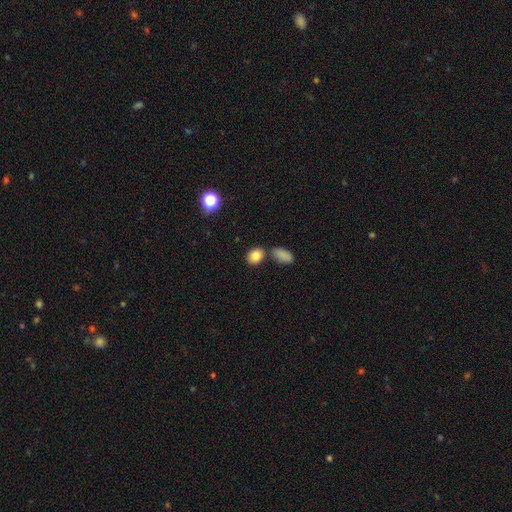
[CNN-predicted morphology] smooth 83%, star or artifact 10%, featured or disk 7%. Down the decision tree: how rounded — in between (57%); merging — none (69%).